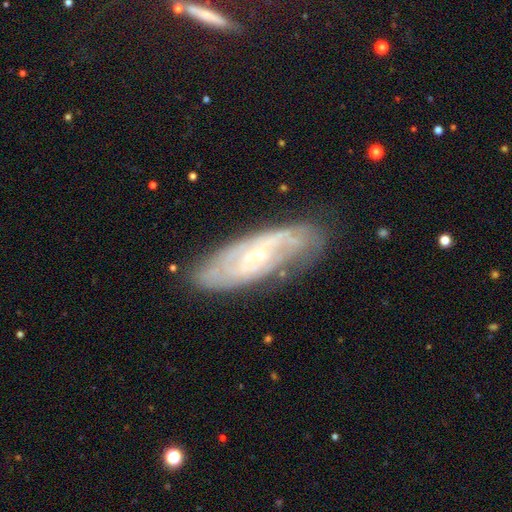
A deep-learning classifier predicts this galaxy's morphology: Overall: featured or disk (79%). Edge-on disk: no (83%). Bar: no (44%; weak 43%). Spiral arms: yes (86%). Spiral arm count: can't tell (49%; 2 31%). Spiral winding: tight (57%; medium 32%). Bulge size: small (57%; moderate 38%). Merging: none (75%).